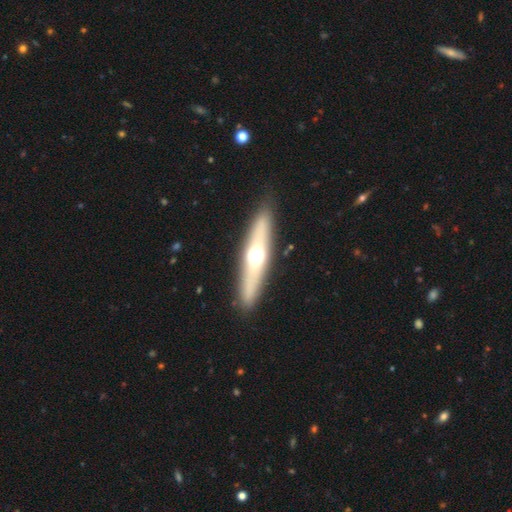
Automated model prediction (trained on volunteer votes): Q: Smooth or featured?
A: featured or disk (52%); runner-up: smooth (41%)
Q: Edge-on disk?
A: yes (85%); runner-up: no (15%)
Q: Merging?
A: none (88%); runner-up: minor disturbance (8%)